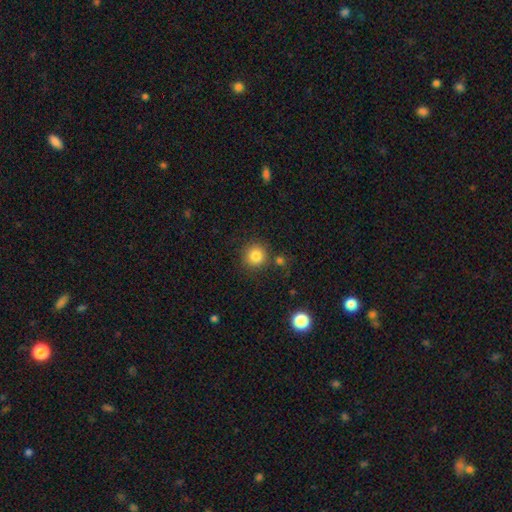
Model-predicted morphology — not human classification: Q: Smooth or featured?
A: smooth (84%); runner-up: star or artifact (11%)
Q: How rounded?
A: round (93%); runner-up: in between (6%)
Q: Merging?
A: none (83%); runner-up: minor disturbance (8%)